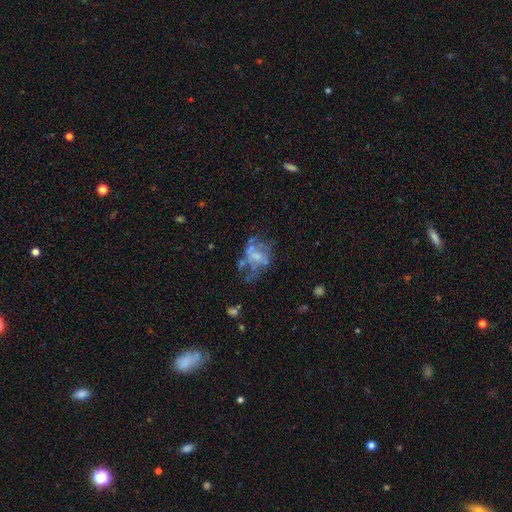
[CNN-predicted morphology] This appears to be a featured or disk galaxy (61%) with no bar (75%), no spiral arms (73%) and a moderate central bulge (35%). Merging: major disturbance (34%).